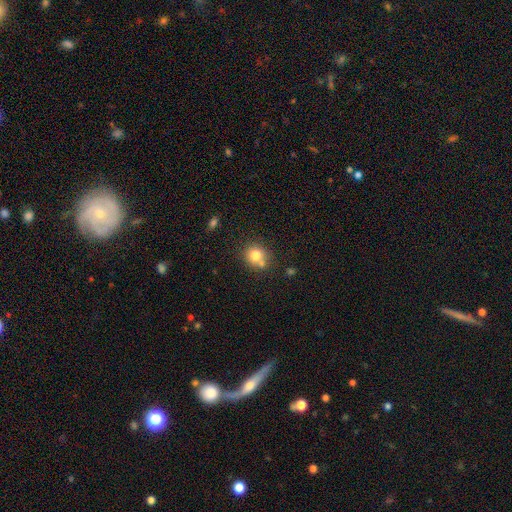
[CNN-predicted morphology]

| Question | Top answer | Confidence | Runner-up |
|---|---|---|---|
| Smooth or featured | smooth | 78% | star or artifact (11%) |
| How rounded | round | 85% | in between (14%) |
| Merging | none | 60% | merger (25%) |